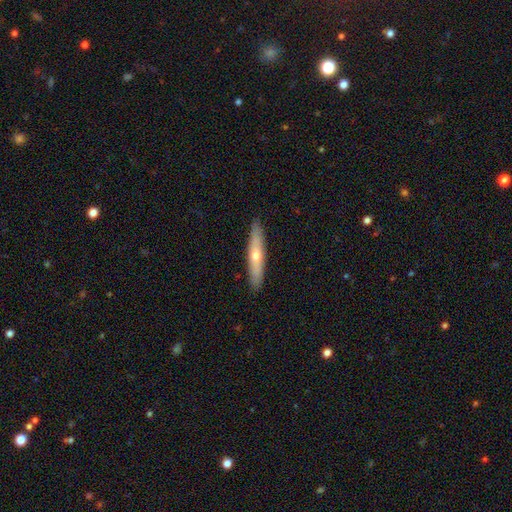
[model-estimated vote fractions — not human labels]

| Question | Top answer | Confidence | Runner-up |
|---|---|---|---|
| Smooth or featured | smooth | 50% | featured or disk (44%) |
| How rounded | cigar-shaped | 89% | in between (10%) |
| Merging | none | 90% | minor disturbance (7%) |